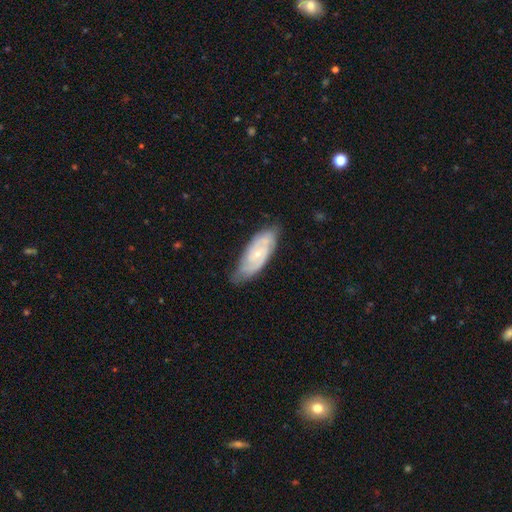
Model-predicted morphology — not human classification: smooth_or_featured: featured or disk (p=0.56) [alt: smooth p=0.35]
disk_edge_on: no (p=0.85) [alt: yes p=0.15]
merging: none (p=0.73) [alt: minor disturbance p=0.21]